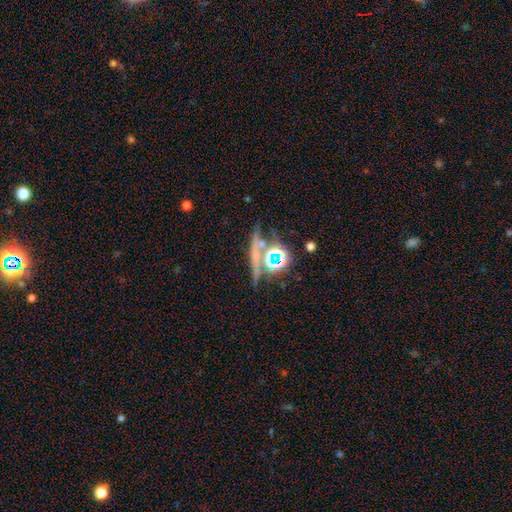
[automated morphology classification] A star or artifact, not a galaxy (50%).